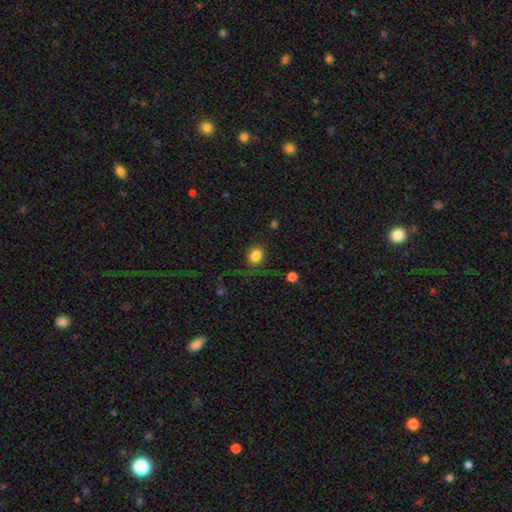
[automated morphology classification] A smooth galaxy with no disk features (84%) that is round (61%). Merging: none (76%).